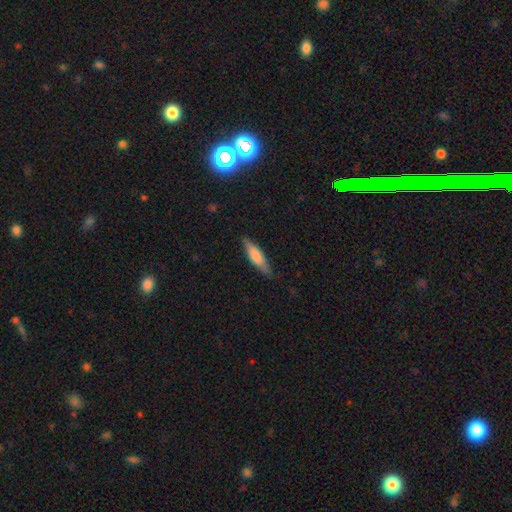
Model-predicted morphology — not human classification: Q: Smooth or featured?
A: smooth (72%); runner-up: featured or disk (23%)
Q: How rounded?
A: cigar-shaped (65%); runner-up: in between (34%)
Q: Merging?
A: none (83%); runner-up: minor disturbance (13%)